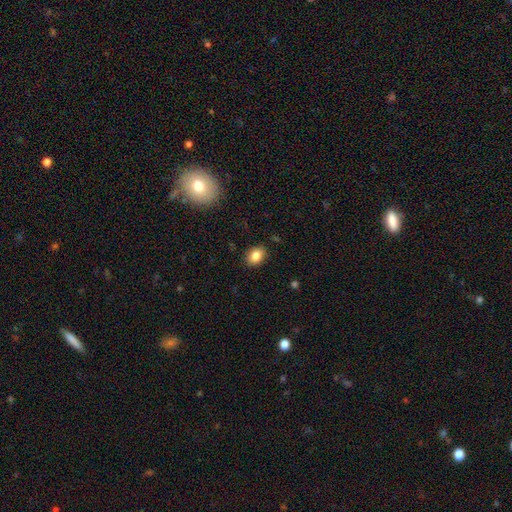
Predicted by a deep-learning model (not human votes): Smooth or featured? Predicted: smooth (p=0.84). How rounded? Predicted: in between (p=0.70). Merging? Predicted: none (p=0.87).